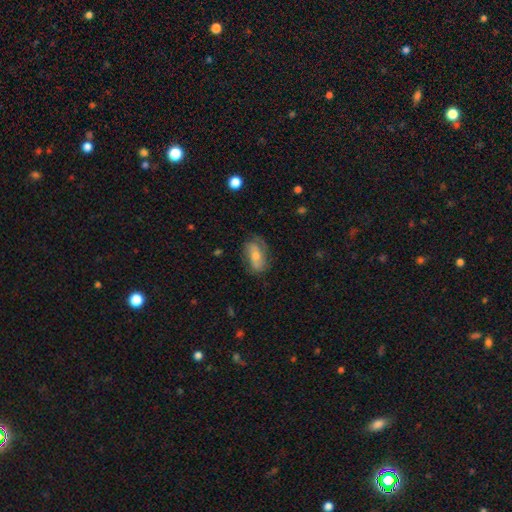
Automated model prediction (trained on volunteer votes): The model was most divided on "smooth or featured": featured or disk: 49%, smooth: 42%, star or artifact: 9%. More confident: merging — none (68%).